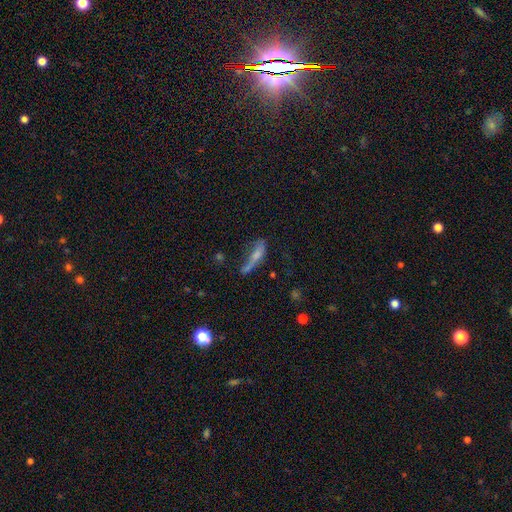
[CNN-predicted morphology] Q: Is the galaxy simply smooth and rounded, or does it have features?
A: smooth — 48%.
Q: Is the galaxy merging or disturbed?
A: none — 38%.